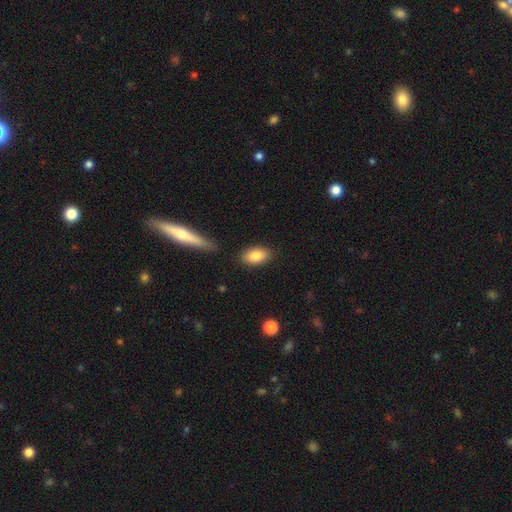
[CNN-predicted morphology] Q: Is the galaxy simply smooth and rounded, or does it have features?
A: smooth — 85%.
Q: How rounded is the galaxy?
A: in between — 91%.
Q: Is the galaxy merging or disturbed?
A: none — 84%.